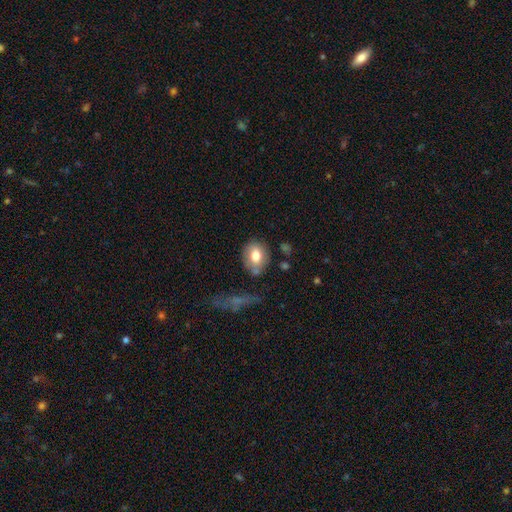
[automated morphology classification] smooth-or-featured: smooth: 74% | featured or disk: 17% | star or artifact: 8%
  how-rounded: in between: 50% | round: 49% | cigar-shaped: 1%
  merging: none: 72% | minor disturbance: 18% | merger: 6% | major disturbance: 5%